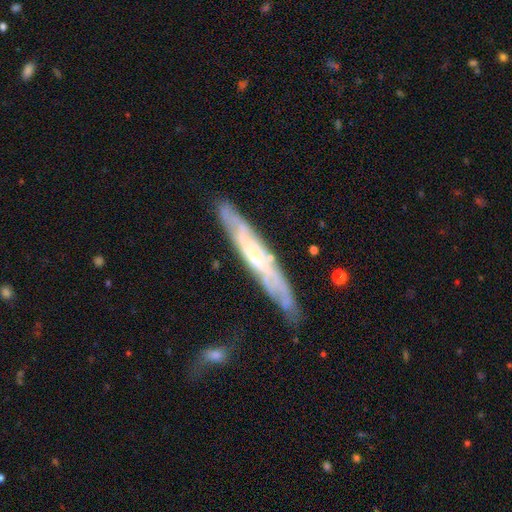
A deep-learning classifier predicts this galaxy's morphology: smooth-or-featured: featured or disk: 70% | smooth: 23% | star or artifact: 6%
  disk-edge-on: yes: 65% | no: 35%
  merging: none: 76% | minor disturbance: 17% | major disturbance: 4% | merger: 3%